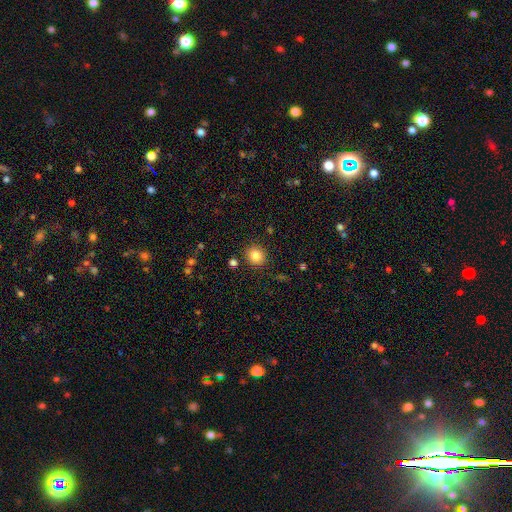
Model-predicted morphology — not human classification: This is clearly a smooth galaxy (84%). How rounded: clearly round (84%). Merging: clearly none (88%).